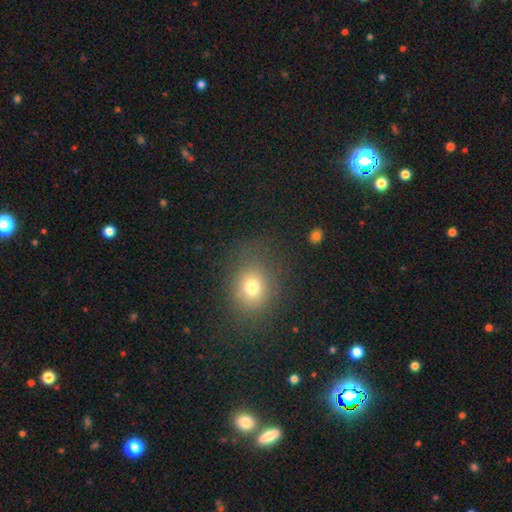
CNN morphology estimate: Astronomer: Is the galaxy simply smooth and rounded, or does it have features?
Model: smooth — 66%.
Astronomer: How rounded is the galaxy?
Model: round — 58% (runner-up: in between, 41%).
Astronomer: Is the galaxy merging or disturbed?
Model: none — 85%.